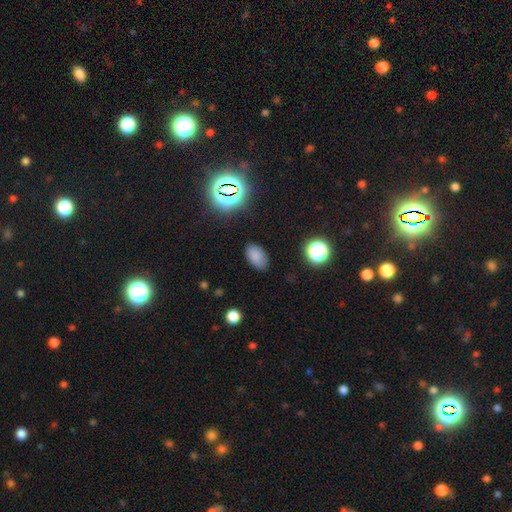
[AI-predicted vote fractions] smooth-or-featured: smooth: 80% | star or artifact: 14% | featured or disk: 6%
  how-rounded: in between: 91% | round: 7% | cigar-shaped: 1%
  merging: none: 82% | minor disturbance: 13% | major disturbance: 3% | merger: 1%